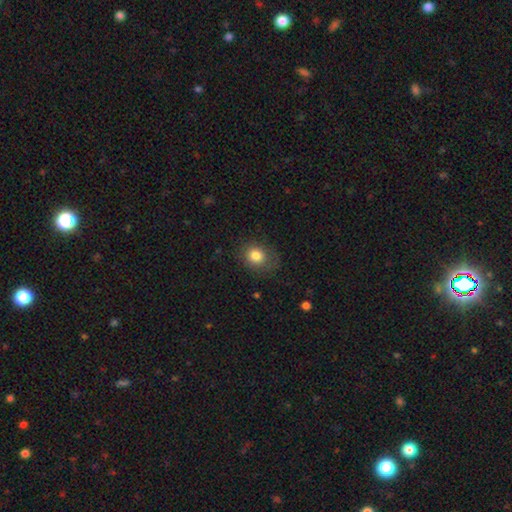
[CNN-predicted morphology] type=smooth (81%); roundness=round (61%); merging=none (72%).